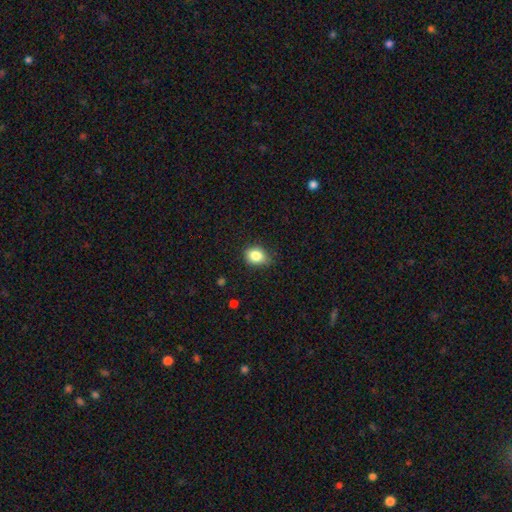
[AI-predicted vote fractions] The model was most divided on "how rounded": in between: 58%, round: 41%, cigar-shaped: 1%. More confident: smooth or featured — smooth (84%); merging — none (74%).